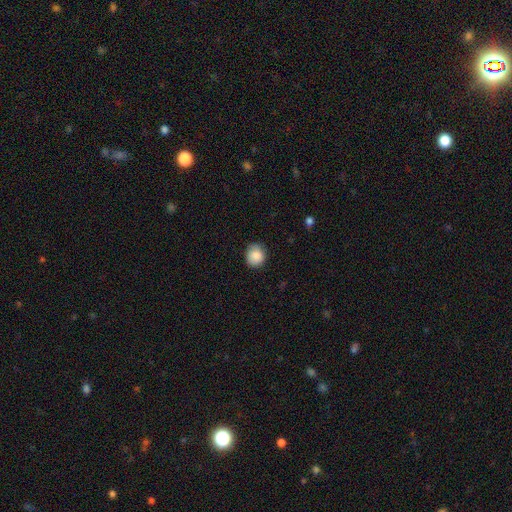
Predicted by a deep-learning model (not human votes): This appears to be a smooth galaxy with no disk features (87%) that is round (83%). Merging: none (80%).